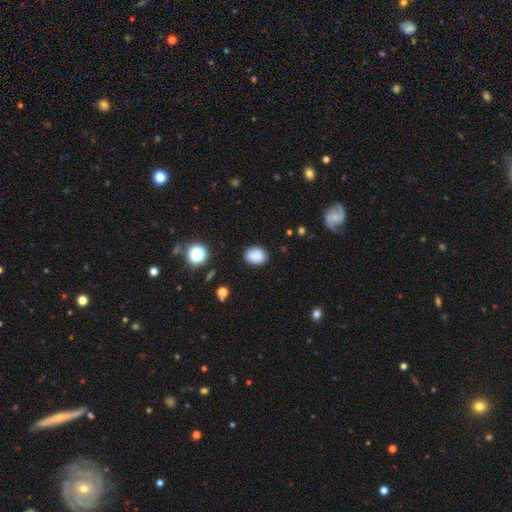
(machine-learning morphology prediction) A smooth galaxy with no disk features (86%) that is in between round and cigar-shaped (61%). Merging: none (84%).